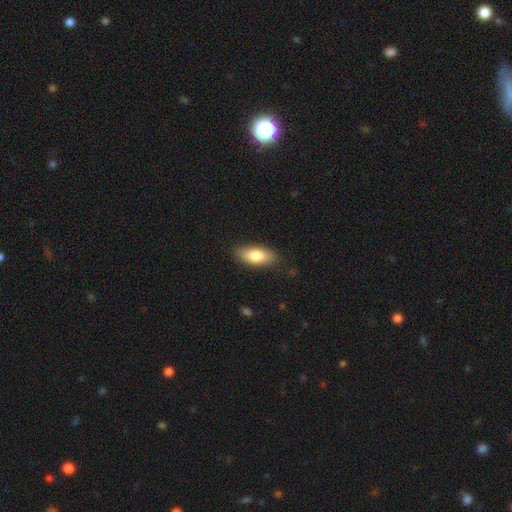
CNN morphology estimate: Smooth or featured?
  - smooth: 78% *
  - featured or disk: 15%
  - star or artifact: 6%
How rounded?
  - in between: 78% *
  - cigar-shaped: 19%
  - round: 3%
Merging?
  - none: 84% *
  - minor disturbance: 12%
  - major disturbance: 3%
  - merger: 1%